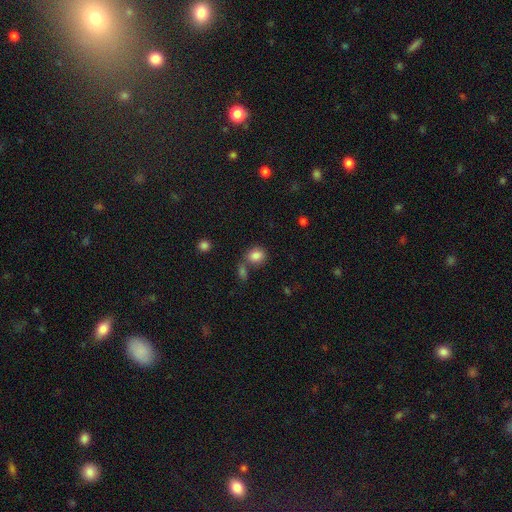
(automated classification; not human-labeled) Smooth or featured: smooth — 84% (star or artifact — 10%)
How rounded: round — 66% (in between — 33%)
Merging: none — 61% (merger — 23%)